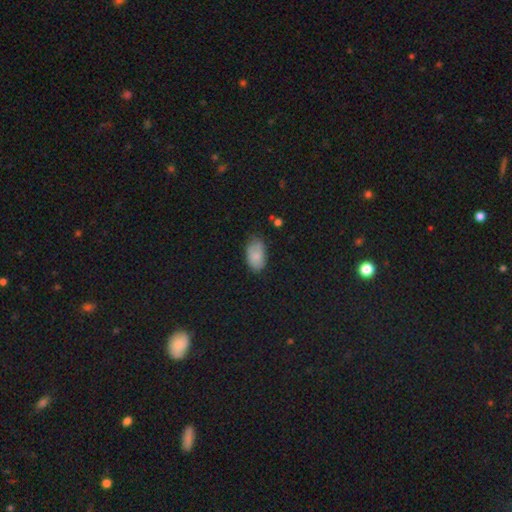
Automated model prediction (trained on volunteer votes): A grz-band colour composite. It shows a smooth galaxy with no disk features (82%) that is in between round and cigar-shaped (92%). Merging: none (64%).